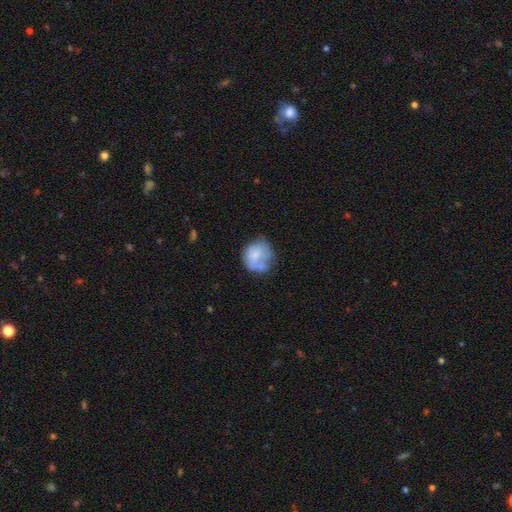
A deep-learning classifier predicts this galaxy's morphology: A smooth galaxy with no disk features (60%) that is round (73%). Merging: none (40%).